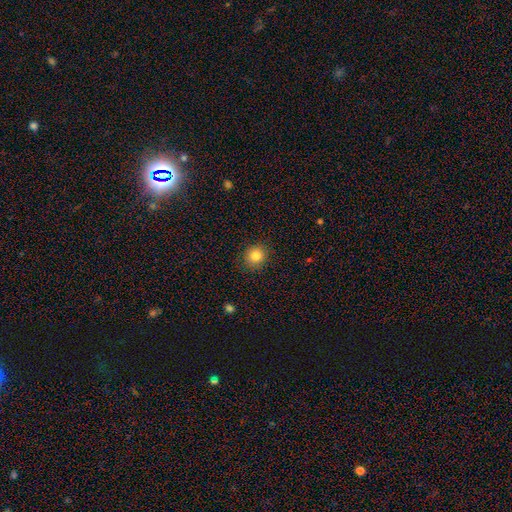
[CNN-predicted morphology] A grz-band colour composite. It shows a smooth galaxy with no disk features (84%) that is round (82%). Merging: none (89%).